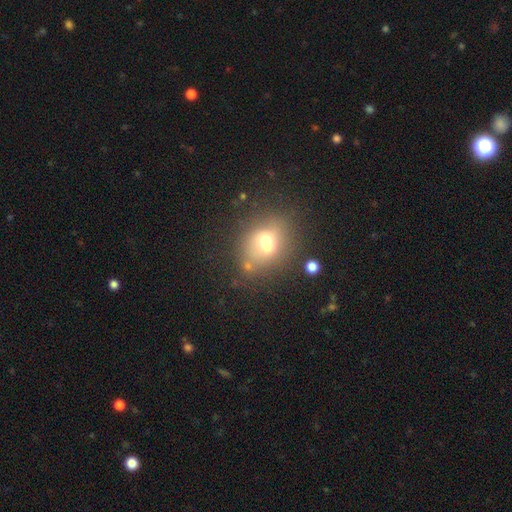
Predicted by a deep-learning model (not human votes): Smooth or featured: smooth — 58% (featured or disk — 25%)
How rounded: in between — 50% (round — 48%)
Merging: none — 56% (merger — 19%)